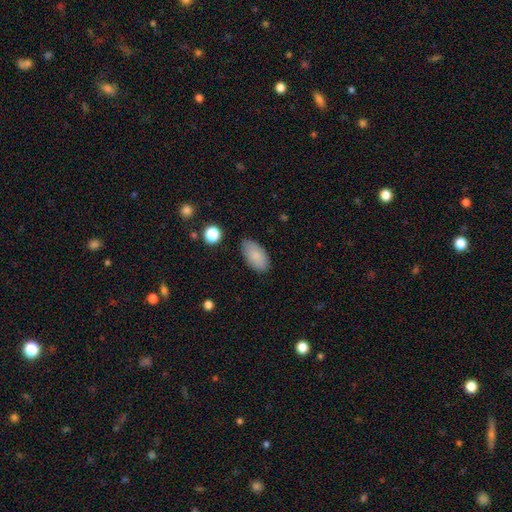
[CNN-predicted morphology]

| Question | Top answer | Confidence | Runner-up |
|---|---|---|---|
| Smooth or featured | smooth | 86% | star or artifact (7%) |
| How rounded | in between | 95% | round (3%) |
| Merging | none | 82% | minor disturbance (13%) |